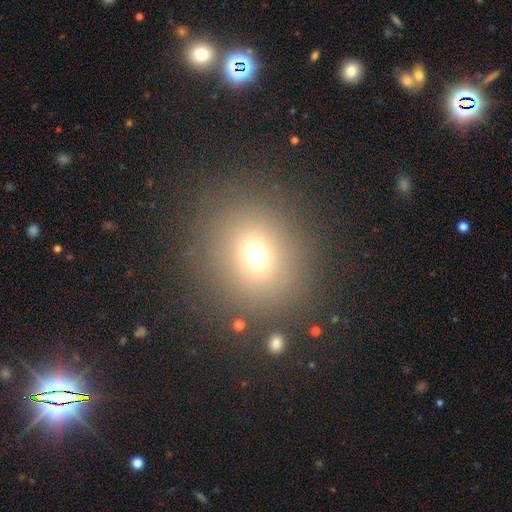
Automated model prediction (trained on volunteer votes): The model was most divided on "smooth or featured": smooth: 69%, star or artifact: 21%, featured or disk: 10%. More confident: merging — none (85%); how rounded — round (80%).